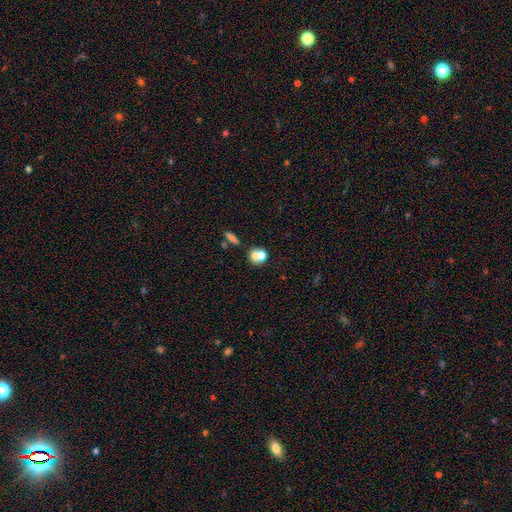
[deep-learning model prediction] This appears to be a smooth galaxy with no disk features (68%) that is round (75%). Merging: merger (51%).